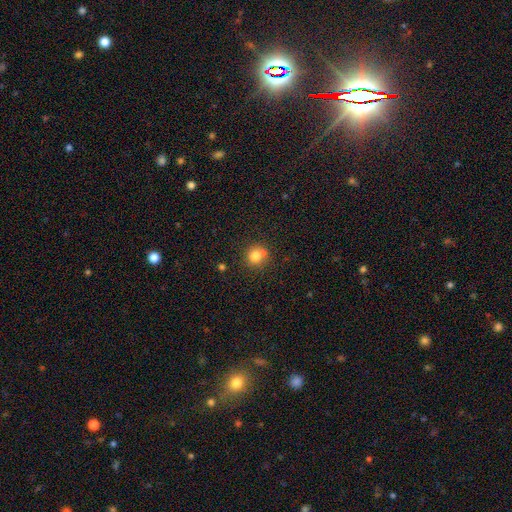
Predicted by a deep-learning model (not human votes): A smooth galaxy with no disk features (81%) that is round (87%).

Vote fractions:
- Smooth or featured? smooth: 81% / star or artifact: 12% / featured or disk: 7%
- How rounded? round: 87% / in between: 12% / cigar-shaped: 1%
- Merging? none: 70% / minor disturbance: 16% / merger: 9% / major disturbance: 4%